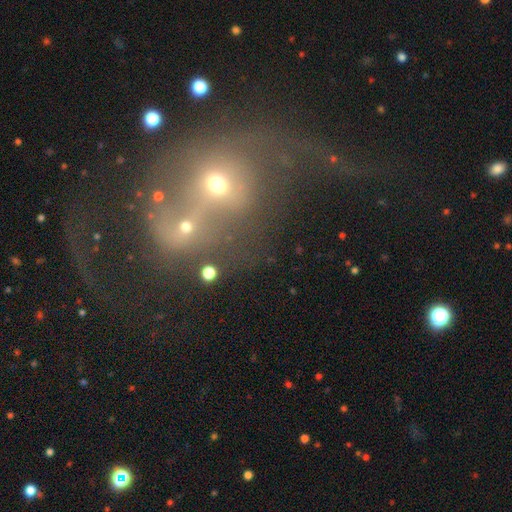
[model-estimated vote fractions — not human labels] The model was most divided on "smooth or featured": featured or disk: 41%, smooth: 32%, star or artifact: 27%. Remaining: merging — merger (48%).